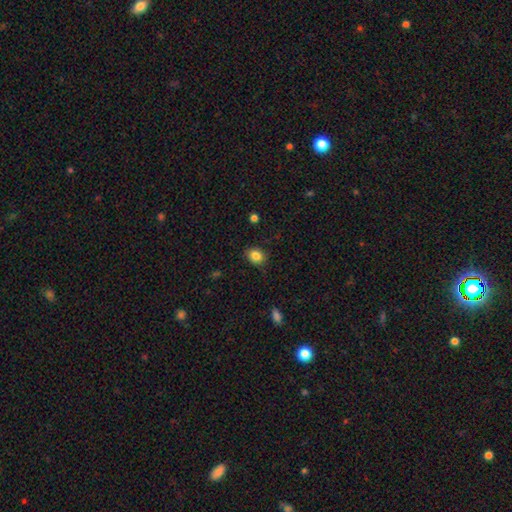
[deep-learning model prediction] Smooth or featured: smooth — 84% (star or artifact — 10%)
How rounded: round — 55% (in between — 44%)
Merging: none — 85% (minor disturbance — 11%)